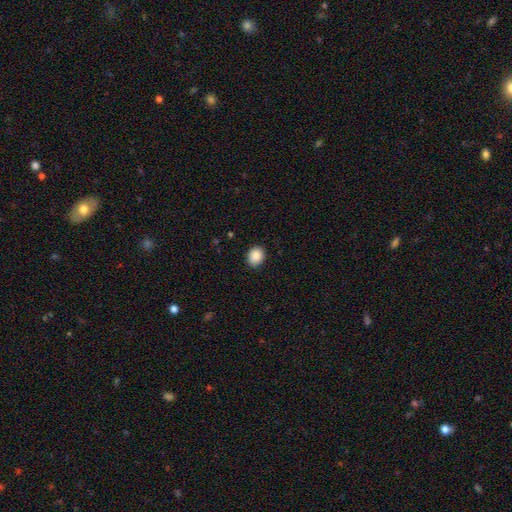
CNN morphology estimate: This appears to be a smooth galaxy with no disk features (89%) that is round (53%). Merging: none (89%).